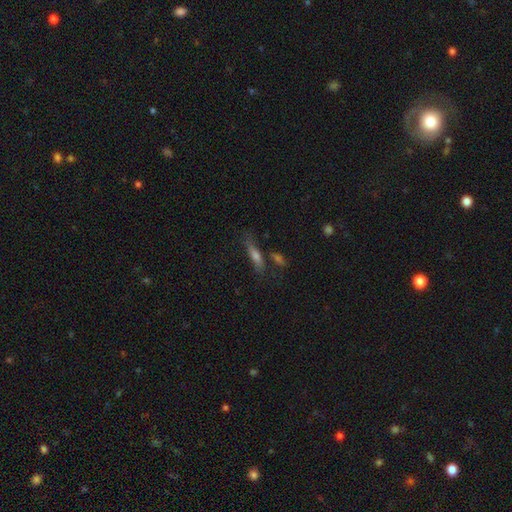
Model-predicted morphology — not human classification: Smooth or featured? smooth (42%)
Merging? none (65%)